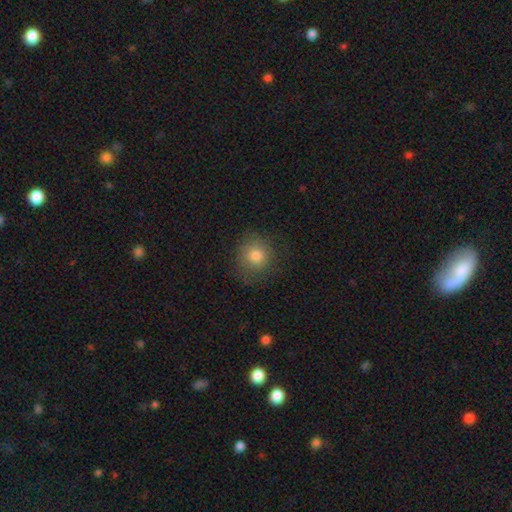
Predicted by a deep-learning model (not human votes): This appears to be a smooth galaxy with no disk features (79%) that is round (88%). Merging: none (80%).